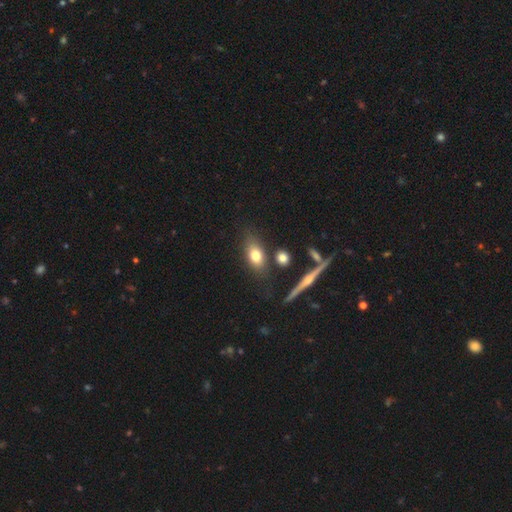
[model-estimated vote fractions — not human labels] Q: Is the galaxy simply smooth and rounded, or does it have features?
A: smooth — 73%.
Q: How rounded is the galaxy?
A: in between — 78%.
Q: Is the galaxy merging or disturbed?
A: none — 73%.